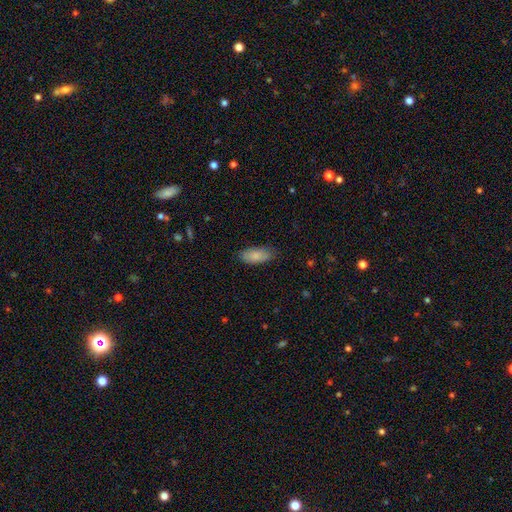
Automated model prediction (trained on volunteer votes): This is clearly a smooth galaxy (86%). How rounded: clearly in between (86%). Merging: clearly none (82%).